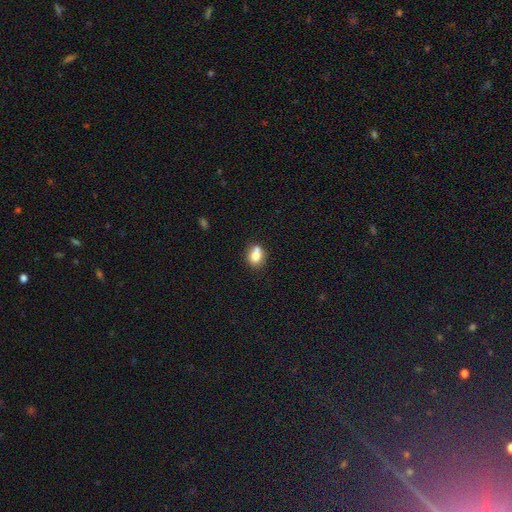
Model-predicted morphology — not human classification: smooth 75%, featured or disk 15%, star or artifact 10%. Down the decision tree: how rounded — round (53%); merging — none (50%).